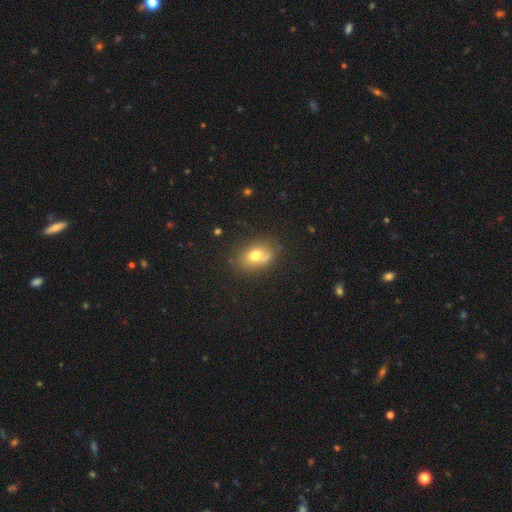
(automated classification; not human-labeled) smooth_or_featured: smooth (p=0.71) [alt: featured or disk p=0.18]
how_rounded: in between (p=0.72) [alt: round p=0.26]
merging: none (p=0.62) [alt: minor disturbance p=0.23]